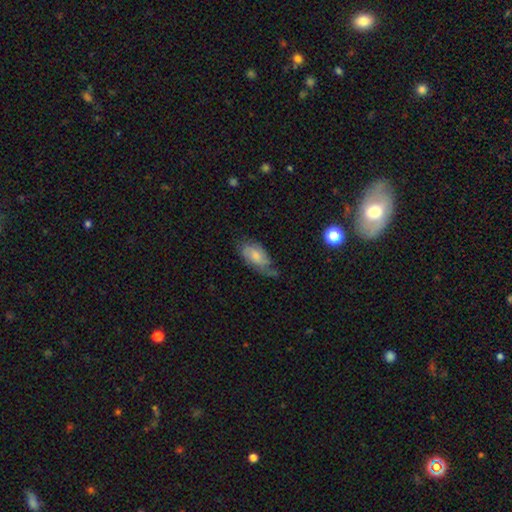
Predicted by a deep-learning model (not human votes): Smooth or featured?
  - smooth: 53% *
  - featured or disk: 40%
  - star or artifact: 8%
How rounded?
  - in between: 90% *
  - cigar-shaped: 6%
  - round: 4%
Merging?
  - none: 41% *
  - minor disturbance: 37%
  - major disturbance: 20%
  - merger: 3%